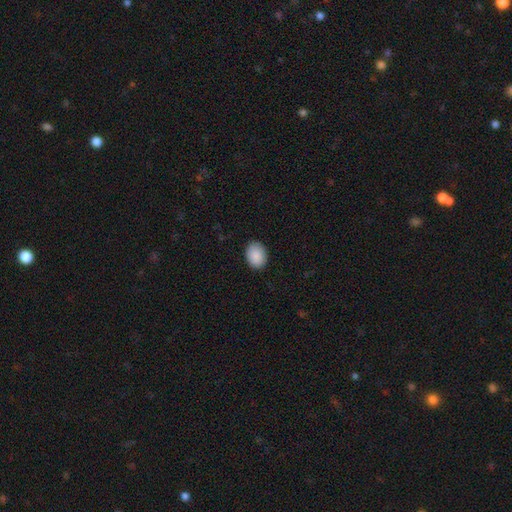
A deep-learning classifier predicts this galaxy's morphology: A smooth galaxy with no disk features (90%) that is in between round and cigar-shaped (70%).

Vote fractions:
- Smooth or featured? smooth: 90% / star or artifact: 7% / featured or disk: 3%
- How rounded? in between: 70% / round: 29% / cigar-shaped: 1%
- Merging? none: 88% / minor disturbance: 9% / major disturbance: 2% / merger: 1%